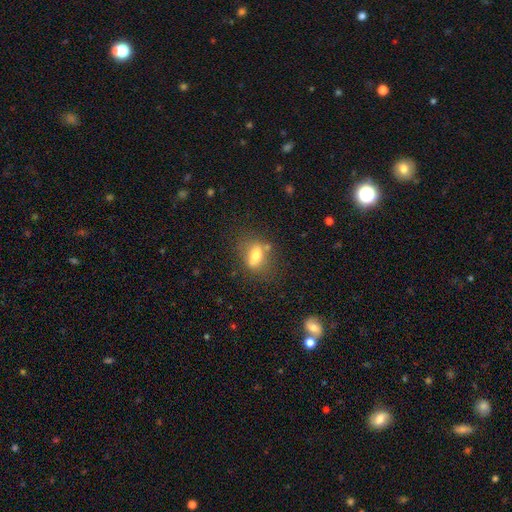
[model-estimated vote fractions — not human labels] Smooth or featured? Predicted: smooth (p=0.63). How rounded? Predicted: in between (p=0.68). Merging? Predicted: none (p=0.65).